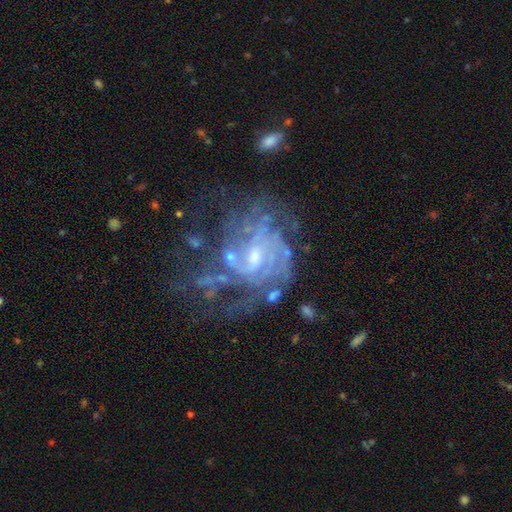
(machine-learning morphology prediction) smooth_or_featured: featured or disk (p=0.83) [alt: star or artifact p=0.09]
disk_edge_on: no (p=0.98) [alt: yes p=0.02]
bar: weak (p=0.47) [alt: no p=0.43]
has_spiral_arms: yes (p=0.84) [alt: no p=0.16]
spiral_winding: tight (p=0.47) [alt: medium p=0.37]
spiral_arm_count: can't tell (p=0.46) [alt: 2 p=0.18]
bulge_size: small (p=0.51) [alt: moderate p=0.36]
merging: none (p=0.44) [alt: major disturbance p=0.30]